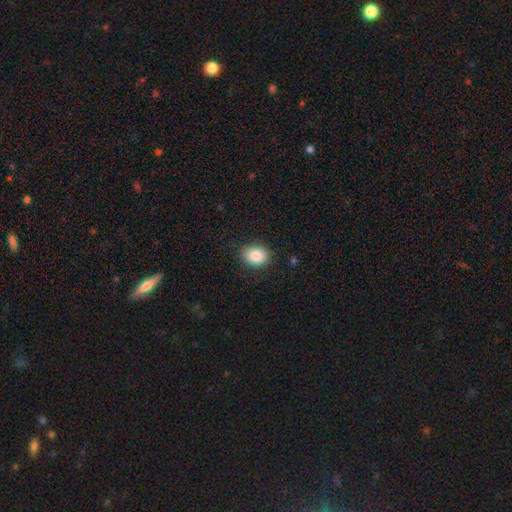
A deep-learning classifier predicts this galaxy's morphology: Smooth or featured: smooth — 87% (star or artifact — 8%)
How rounded: in between — 56% (round — 43%)
Merging: none — 87% (minor disturbance — 10%)